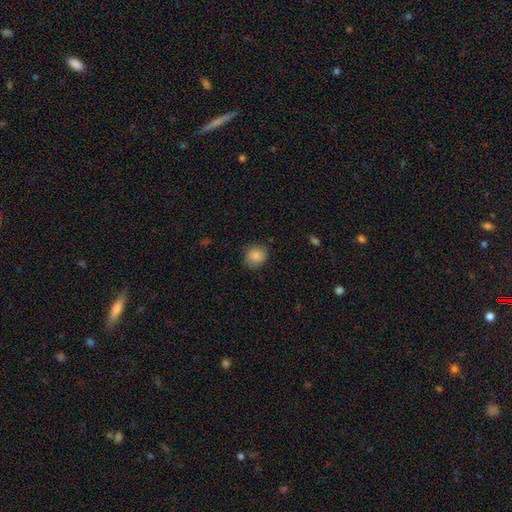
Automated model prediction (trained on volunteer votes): Morphology: type=smooth (87%); roundness=round (79%); merging=none (82%).